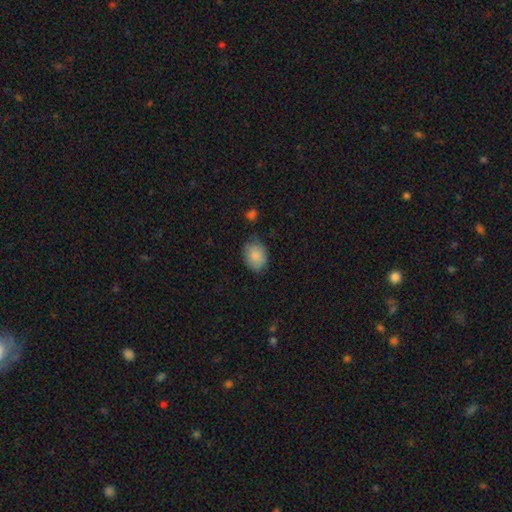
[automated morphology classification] A smooth galaxy with no disk features (84%) that is in between round and cigar-shaped (64%).

Vote fractions:
- Smooth or featured? smooth: 84% / featured or disk: 9% / star or artifact: 7%
- How rounded? in between: 64% / round: 35% / cigar-shaped: 1%
- Merging? none: 70% / minor disturbance: 23% / major disturbance: 5% / merger: 2%